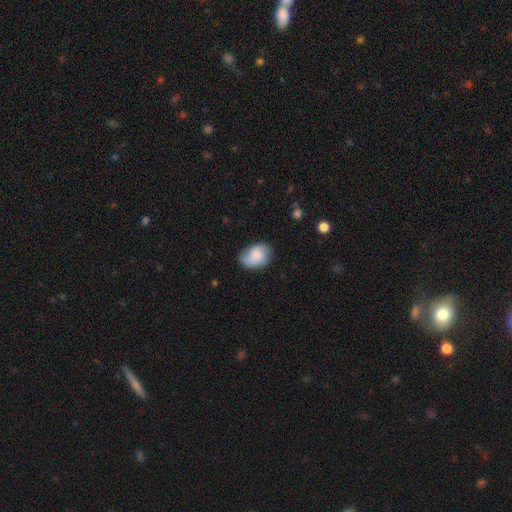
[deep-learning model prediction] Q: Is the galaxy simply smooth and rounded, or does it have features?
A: smooth — 76%.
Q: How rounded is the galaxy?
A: in between — 75%.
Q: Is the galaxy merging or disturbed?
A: none — 69%.